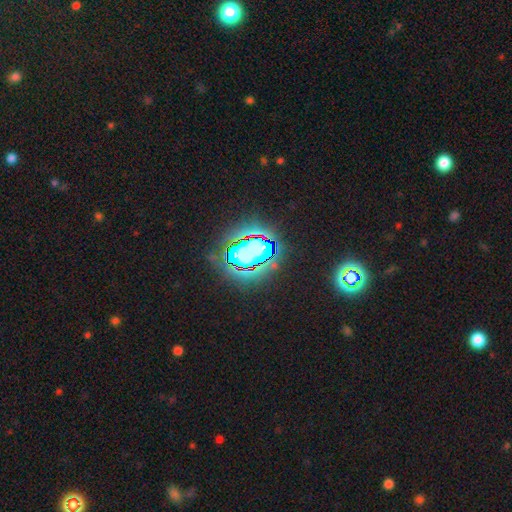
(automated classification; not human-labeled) A star or artifact, not a galaxy (83%).

Vote fractions:
- Smooth or featured? star or artifact: 83% / smooth: 11% / featured or disk: 6%